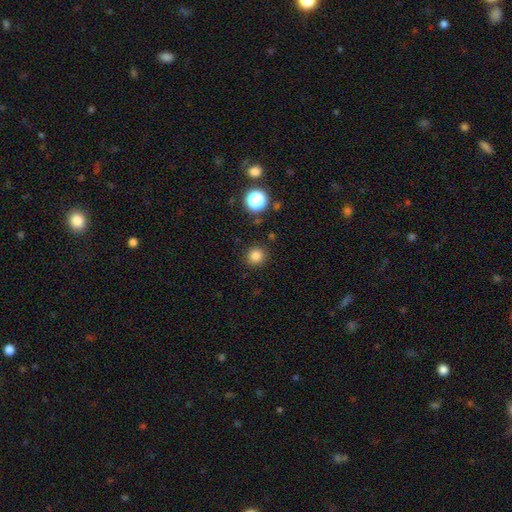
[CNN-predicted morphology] Smooth or featured? Predicted: smooth (p=0.82). How rounded? Predicted: round (p=0.93). Merging? Predicted: none (p=0.90).